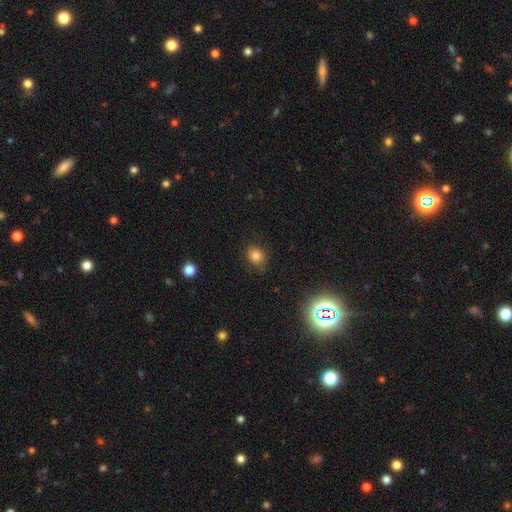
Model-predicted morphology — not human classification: Q: Smooth or featured?
A: smooth (80%); runner-up: star or artifact (13%)
Q: How rounded?
A: round (64%); runner-up: in between (35%)
Q: Merging?
A: none (78%); runner-up: minor disturbance (16%)